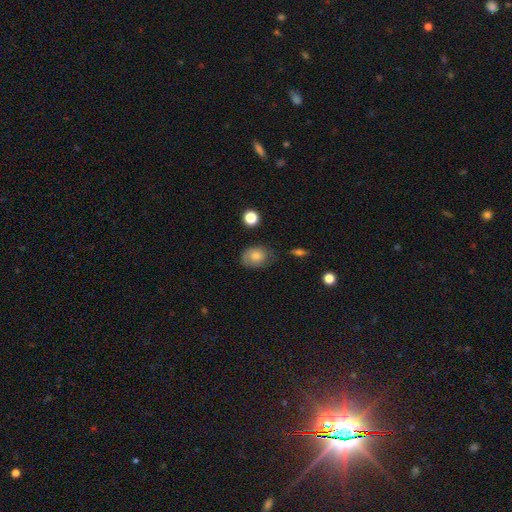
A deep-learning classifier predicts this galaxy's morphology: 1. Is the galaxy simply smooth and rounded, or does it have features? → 70% smooth, 21% featured or disk, 9% star or artifact.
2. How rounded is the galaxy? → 66% in between, 33% round, 1% cigar-shaped.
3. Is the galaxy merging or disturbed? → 64% none, 26% minor disturbance, 8% major disturbance, 2% merger.